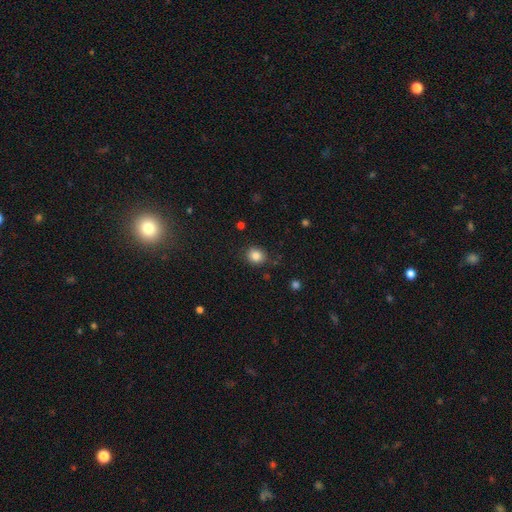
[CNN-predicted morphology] Overall: smooth (84%). How rounded: round (77%). Merging: none (83%).